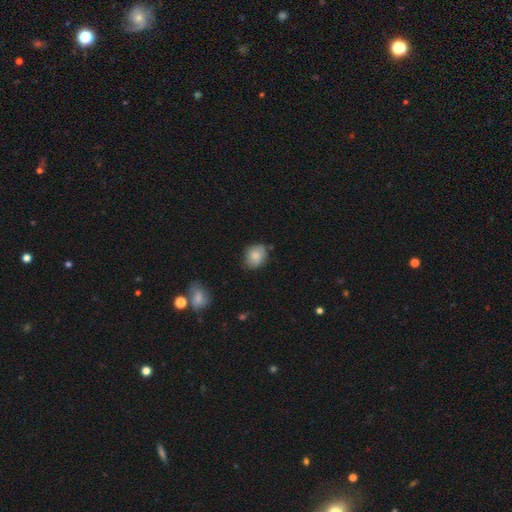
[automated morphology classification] smooth_or_featured: smooth (p=0.81) [alt: featured or disk p=0.11]
how_rounded: round (p=0.50) [alt: in between p=0.49]
merging: none (p=0.73) [alt: minor disturbance p=0.21]